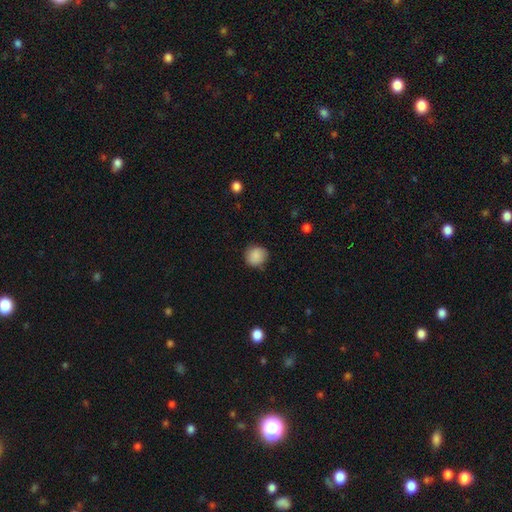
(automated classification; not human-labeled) A smooth galaxy with no disk features (87%) that is round (88%). Merging: none (81%).